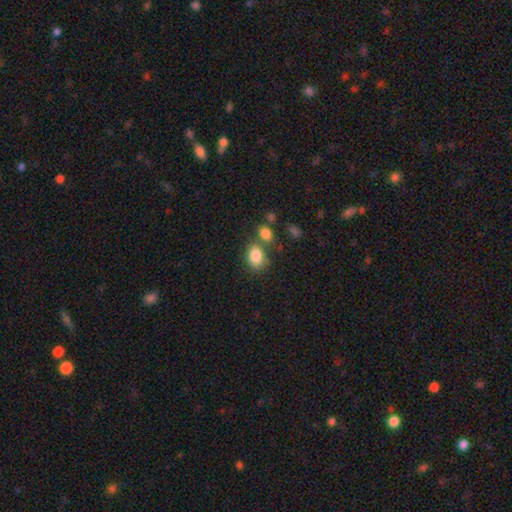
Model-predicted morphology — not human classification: The model was most divided on "merging": none: 55%, merger: 24%, minor disturbance: 15%, major disturbance: 5%. More confident: smooth or featured — smooth (84%); how rounded — in between (75%).